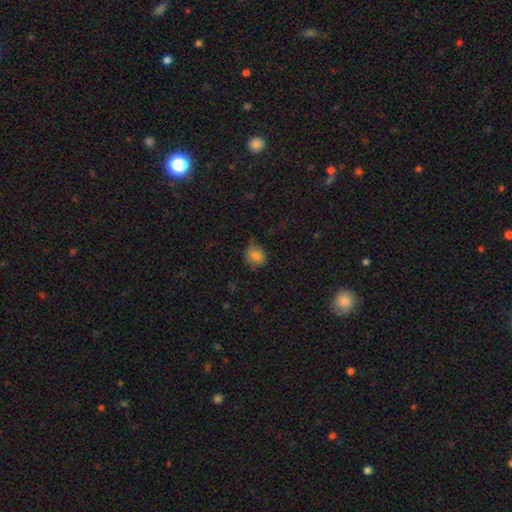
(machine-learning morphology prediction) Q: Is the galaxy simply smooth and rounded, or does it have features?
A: smooth — 81%.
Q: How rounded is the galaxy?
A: round — 71%.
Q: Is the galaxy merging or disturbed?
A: none — 66%.